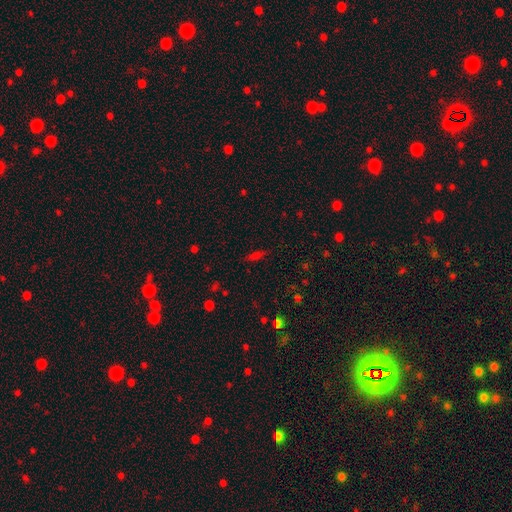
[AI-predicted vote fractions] Smooth or featured? smooth (57%)
How rounded? cigar-shaped (53%)
Merging? none (82%)